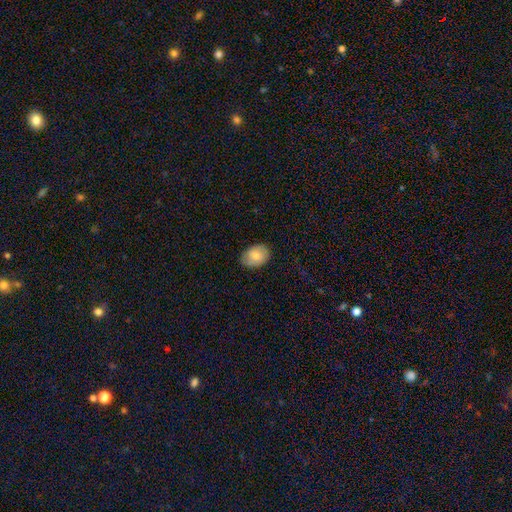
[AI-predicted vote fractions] A smooth galaxy with no disk features (74%) that is in between round and cigar-shaped (77%).

Vote fractions:
- Smooth or featured? smooth: 74% / featured or disk: 19% / star or artifact: 7%
- How rounded? in between: 77% / round: 22% / cigar-shaped: 1%
- Merging? none: 81% / minor disturbance: 16% / major disturbance: 3% / merger: 1%